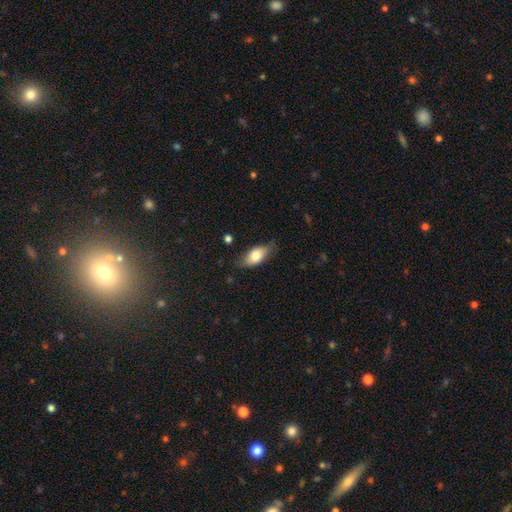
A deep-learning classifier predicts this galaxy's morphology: smooth_or_featured: smooth (p=0.76) [alt: featured or disk p=0.17]
how_rounded: in between (p=0.87) [alt: cigar-shaped p=0.09]
merging: none (p=0.74) [alt: minor disturbance p=0.20]